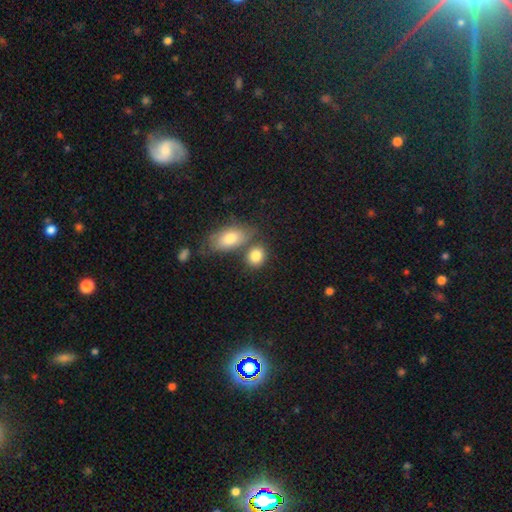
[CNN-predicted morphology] smooth-or-featured: smooth: 83% | featured or disk: 9% | star or artifact: 8%
  how-rounded: in between: 53% | round: 46% | cigar-shaped: 2%
  merging: none: 56% | merger: 28% | minor disturbance: 11% | major disturbance: 4%